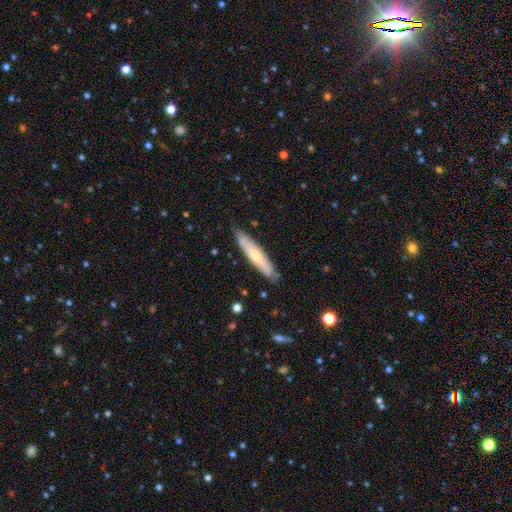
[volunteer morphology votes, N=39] Q: Smooth or featured?
A: smooth (62%); runner-up: featured or disk (33%)
Q: How rounded?
A: cigar-shaped (83%); runner-up: in between (17%)
Q: Merging?
A: none (97%); runner-up: minor disturbance (3%)